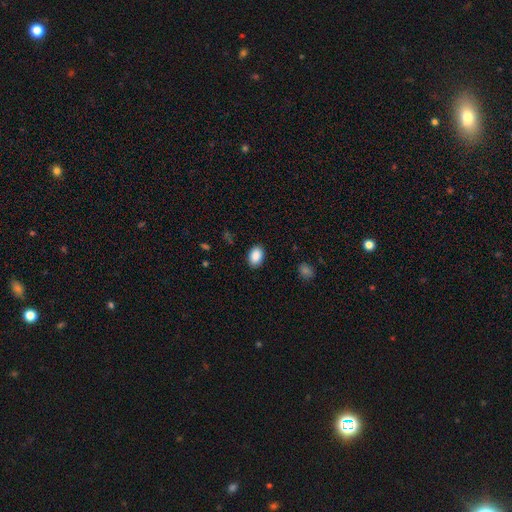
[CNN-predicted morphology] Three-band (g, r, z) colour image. It shows a smooth galaxy with no disk features (89%) that is in between round and cigar-shaped (85%). Merging: none (88%).